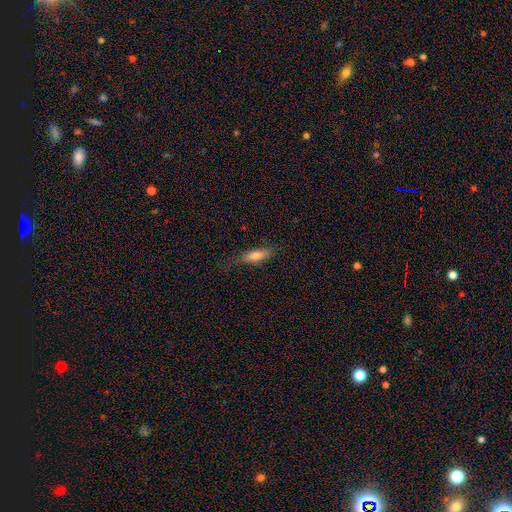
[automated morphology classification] A smooth galaxy with no disk features (74%) that is cigar-shaped (52%).

Vote fractions:
- Smooth or featured? smooth: 74% / featured or disk: 19% / star or artifact: 6%
- How rounded? cigar-shaped: 52% / in between: 46% / round: 2%
- Merging? none: 70% / minor disturbance: 22% / major disturbance: 7% / merger: 1%